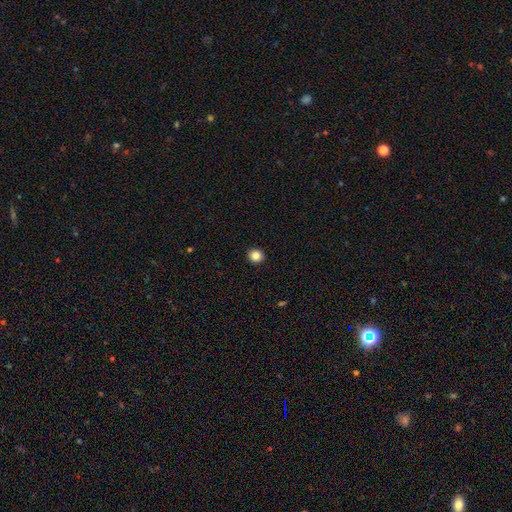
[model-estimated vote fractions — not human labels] Smooth or featured? Predicted: smooth (p=0.85). How rounded? Predicted: round (p=0.89). Merging? Predicted: none (p=0.93).